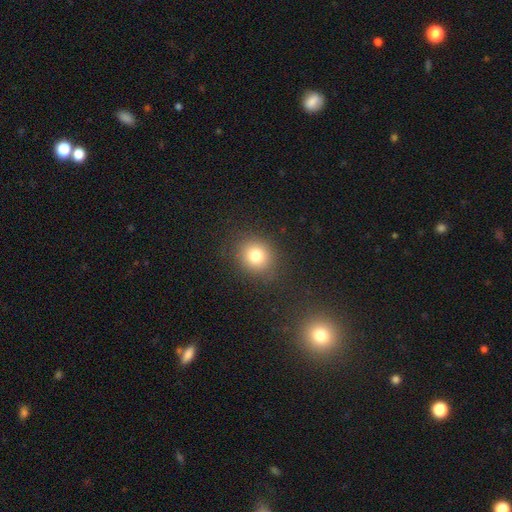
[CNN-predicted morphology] This appears to be a smooth galaxy with no disk features (78%) that is round (81%). Merging: none (86%).